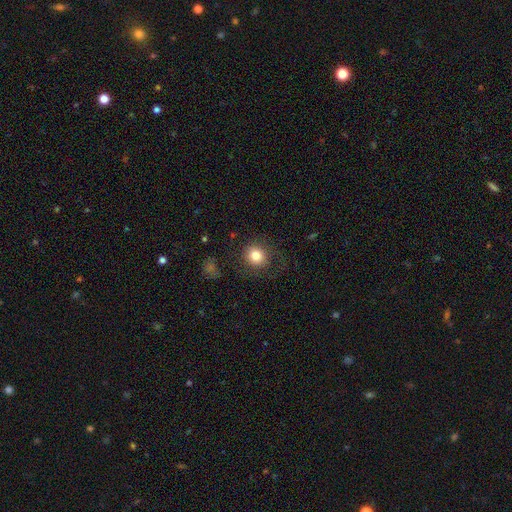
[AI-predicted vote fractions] Q: Smooth or featured?
A: smooth (81%); runner-up: star or artifact (11%)
Q: How rounded?
A: round (86%); runner-up: in between (13%)
Q: Merging?
A: none (78%); runner-up: minor disturbance (12%)